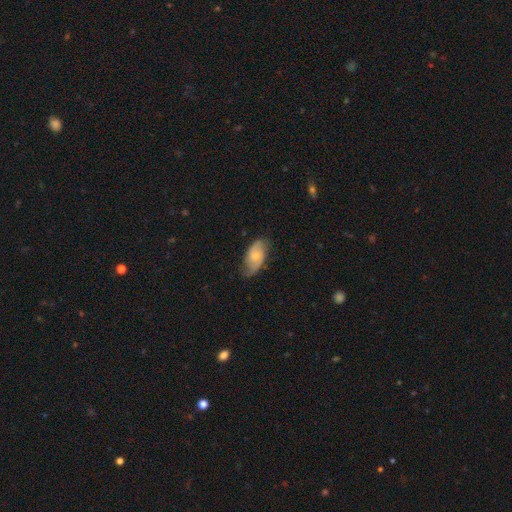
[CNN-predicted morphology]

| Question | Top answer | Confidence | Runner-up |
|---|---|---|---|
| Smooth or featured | featured or disk | 59% | smooth (35%) |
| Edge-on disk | no | 95% | yes (5%) |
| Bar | no | 66% | weak (29%) |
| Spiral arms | yes | 87% | no (13%) |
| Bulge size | small | 60% | moderate (34%) |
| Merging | none | 67% | minor disturbance (25%) |